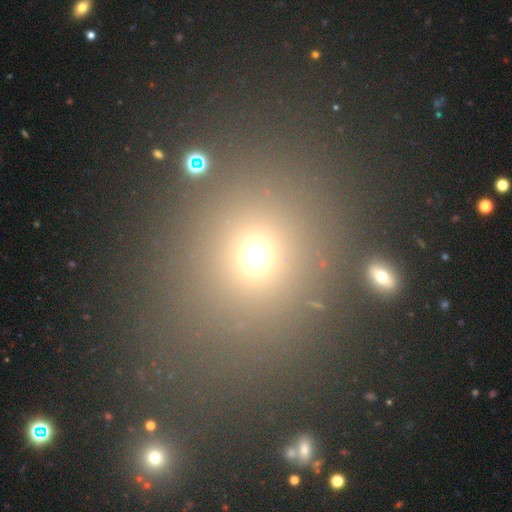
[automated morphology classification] Smooth or featured? smooth (67%)
How rounded? round (70%)
Merging? none (73%)